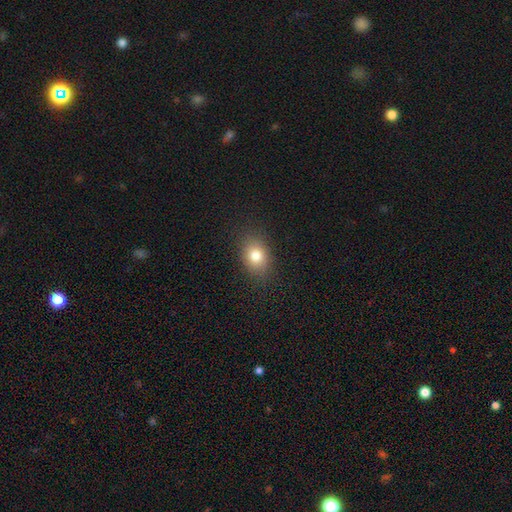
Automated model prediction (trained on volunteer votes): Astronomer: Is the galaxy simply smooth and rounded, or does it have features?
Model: smooth — 80%.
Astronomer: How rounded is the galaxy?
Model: in between — 68%.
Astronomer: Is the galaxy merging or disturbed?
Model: none — 86%.